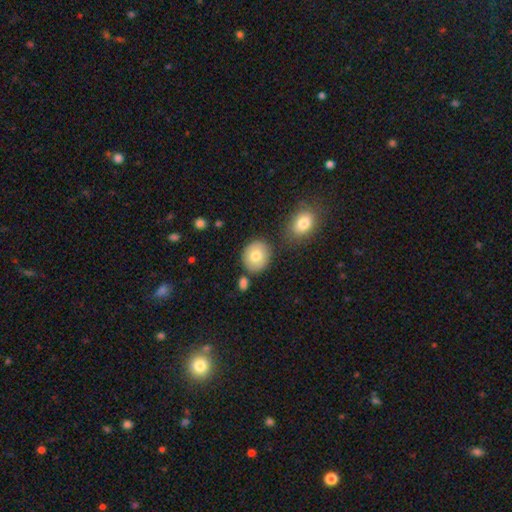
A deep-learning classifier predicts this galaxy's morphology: The model was most divided on "how rounded": round: 68%, in between: 31%, cigar-shaped: 1%. More confident: smooth or featured — smooth (78%); merging — none (75%).